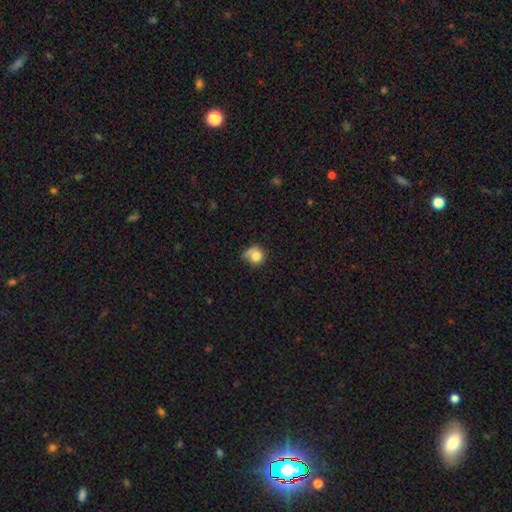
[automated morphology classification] Smooth or featured?
  - smooth: 76% *
  - featured or disk: 14%
  - star or artifact: 10%
How rounded?
  - round: 78% *
  - in between: 21%
  - cigar-shaped: 1%
Merging?
  - none: 43% *
  - minor disturbance: 30%
  - major disturbance: 19%
  - merger: 8%